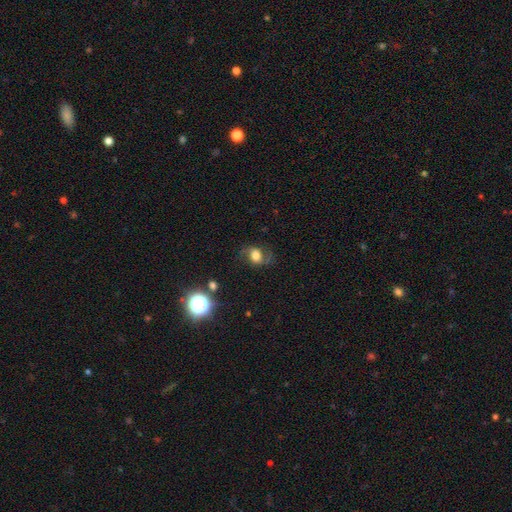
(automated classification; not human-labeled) The model was most divided on "smooth or featured": featured or disk: 47%, smooth: 40%, star or artifact: 13%. More confident: merging — none (67%).